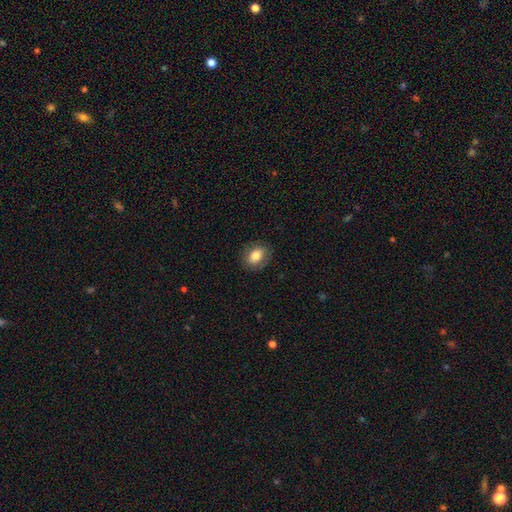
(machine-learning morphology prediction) smooth 78%, featured or disk 14%, star or artifact 8%. Down the decision tree: how rounded — in between (64%); merging — none (85%).